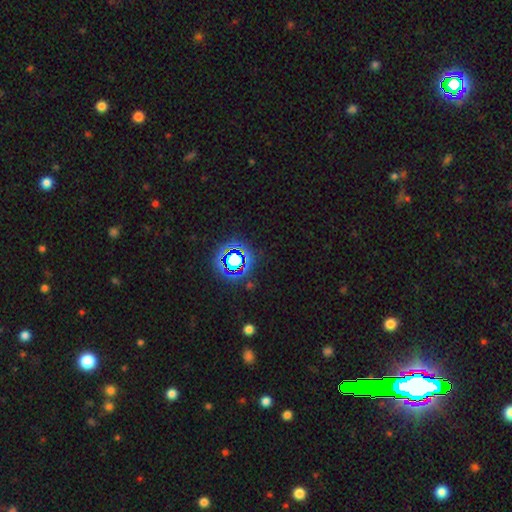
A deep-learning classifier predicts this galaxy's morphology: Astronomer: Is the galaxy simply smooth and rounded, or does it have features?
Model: star or artifact — 76%.